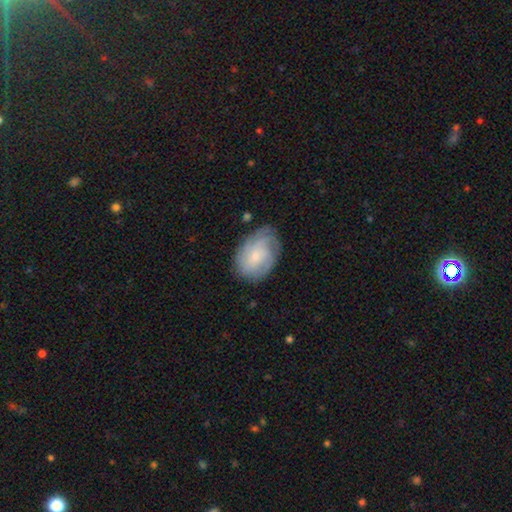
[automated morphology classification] Smooth or featured? Predicted: featured or disk (p=0.58). Edge-on disk? Predicted: no (p=0.97). Bar? Predicted: no (p=0.71). Spiral arms? Predicted: yes (p=0.88). Bulge size? Predicted: small (p=0.65). Merging? Predicted: none (p=0.69).